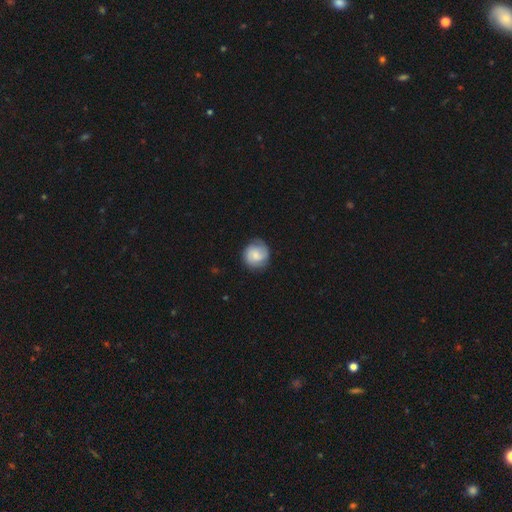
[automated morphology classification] smooth_or_featured: smooth (p=0.57) [alt: featured or disk p=0.35]
how_rounded: round (p=0.89) [alt: in between p=0.10]
merging: none (p=0.77) [alt: minor disturbance p=0.17]